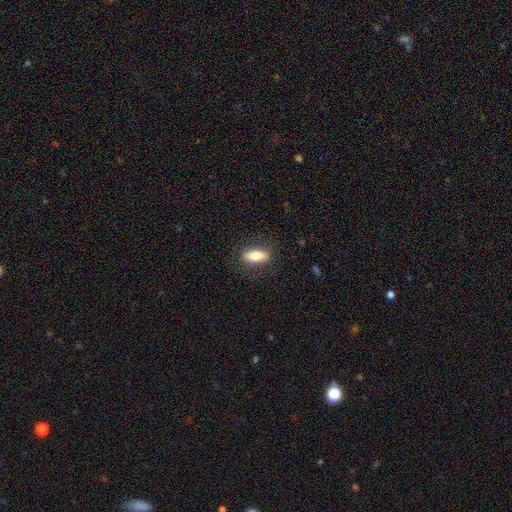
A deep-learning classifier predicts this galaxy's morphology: Q: Smooth or featured?
A: smooth (74%); runner-up: featured or disk (19%)
Q: How rounded?
A: in between (78%); runner-up: cigar-shaped (19%)
Q: Merging?
A: none (84%); runner-up: minor disturbance (11%)